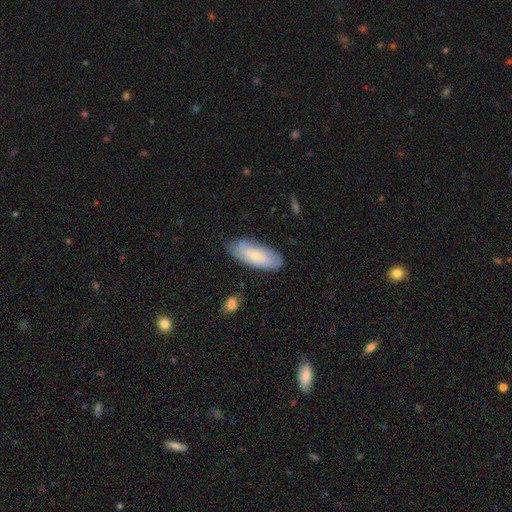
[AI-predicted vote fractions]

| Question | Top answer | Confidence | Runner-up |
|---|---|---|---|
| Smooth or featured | smooth | 62% | featured or disk (31%) |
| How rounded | in between | 77% | cigar-shaped (21%) |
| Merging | none | 77% | minor disturbance (17%) |